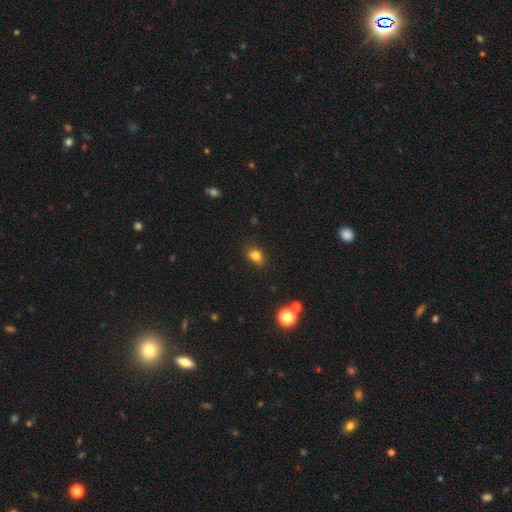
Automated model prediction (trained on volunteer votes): This is likely a smooth galaxy (80%). How rounded: possibly in between (54%). Merging: likely none (72%).